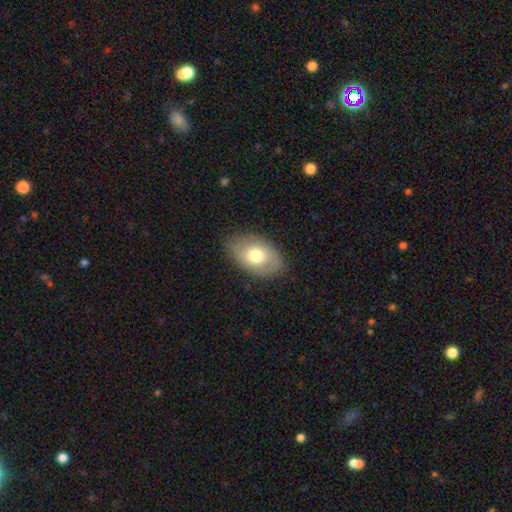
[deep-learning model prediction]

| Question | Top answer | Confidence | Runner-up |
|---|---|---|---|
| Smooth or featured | smooth | 68% | featured or disk (25%) |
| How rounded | in between | 88% | round (10%) |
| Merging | none | 82% | minor disturbance (13%) |